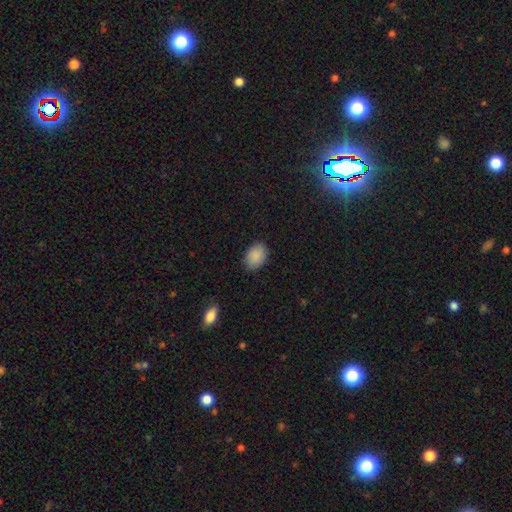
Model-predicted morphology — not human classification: Overall: smooth (89%). How rounded: in between (83%). Merging: none (86%).